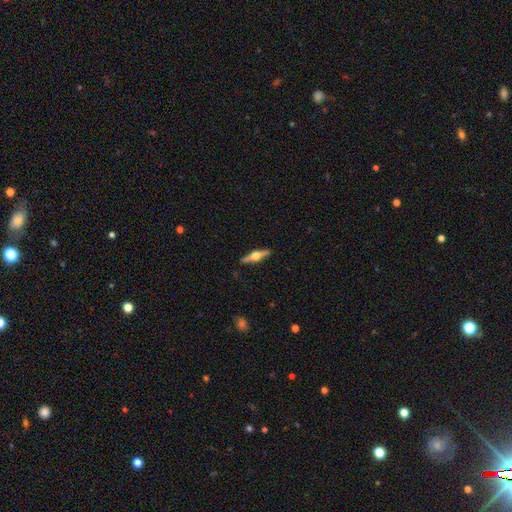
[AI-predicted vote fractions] A featured or disk galaxy (76%) viewed edge-on (98%) with a rounded central bulge (96%). Merging: none (90%).